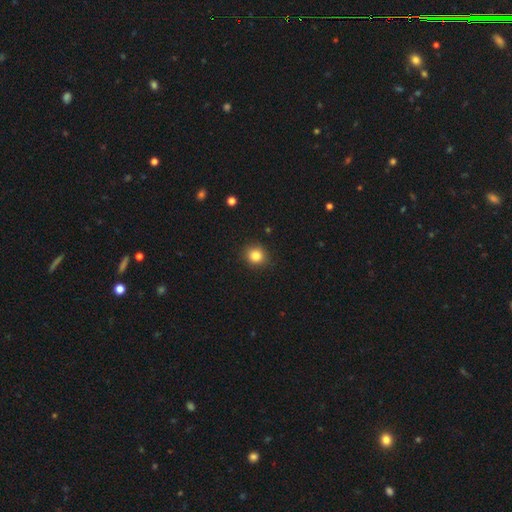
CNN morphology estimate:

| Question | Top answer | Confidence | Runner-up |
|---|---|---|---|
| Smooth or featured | smooth | 83% | star or artifact (11%) |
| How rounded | round | 87% | in between (12%) |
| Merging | none | 90% | minor disturbance (7%) |